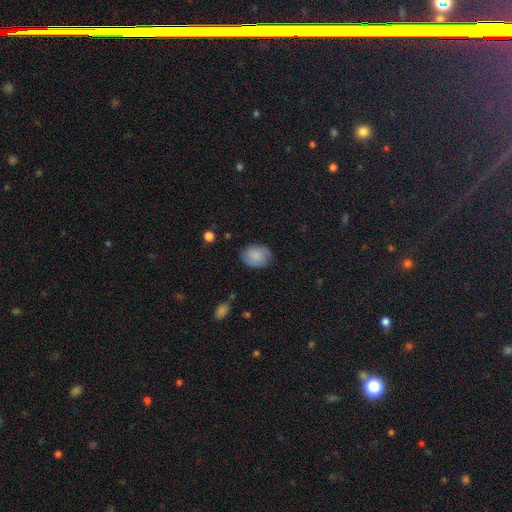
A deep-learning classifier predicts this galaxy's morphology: Smooth or featured? smooth (85%)
How rounded? in between (63%)
Merging? none (82%)